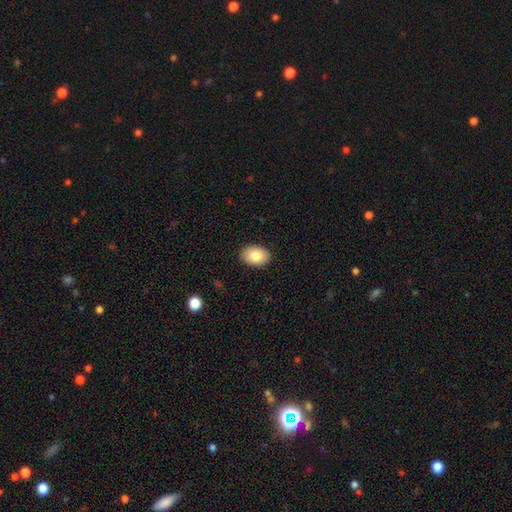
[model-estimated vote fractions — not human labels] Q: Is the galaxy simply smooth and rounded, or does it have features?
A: smooth — 83%.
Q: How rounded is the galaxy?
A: in between — 80%.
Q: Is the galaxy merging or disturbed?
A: none — 90%.